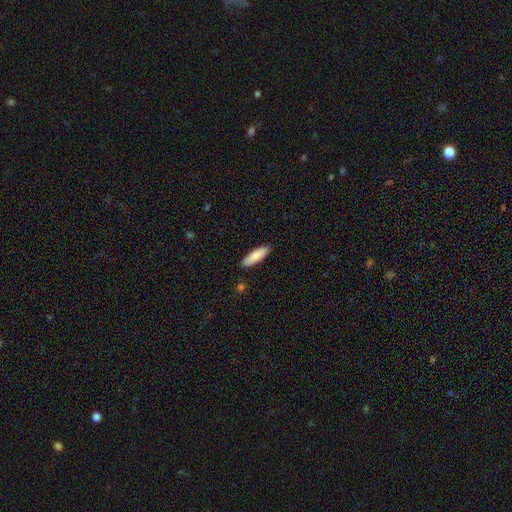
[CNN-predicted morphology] This appears to be a smooth galaxy with no disk features (86%) that is cigar-shaped (54%). Merging: none (89%).